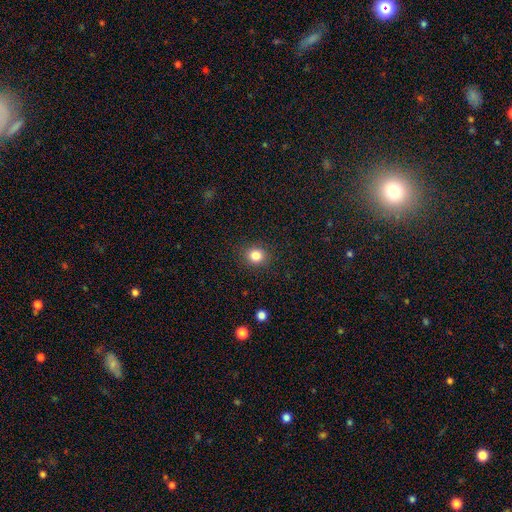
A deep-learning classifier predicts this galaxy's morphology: Smooth or featured?
  - smooth: 83% *
  - star or artifact: 12%
  - featured or disk: 5%
How rounded?
  - round: 82% *
  - in between: 17%
  - cigar-shaped: 1%
Merging?
  - none: 90% *
  - minor disturbance: 6%
  - major disturbance: 2%
  - merger: 1%